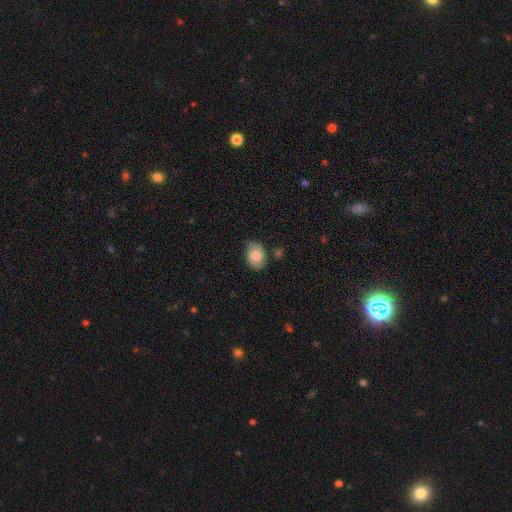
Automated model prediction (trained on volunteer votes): smooth 69%, featured or disk 24%, star or artifact 7%. Down the decision tree: how rounded — in between (81%); merging — none (70%).